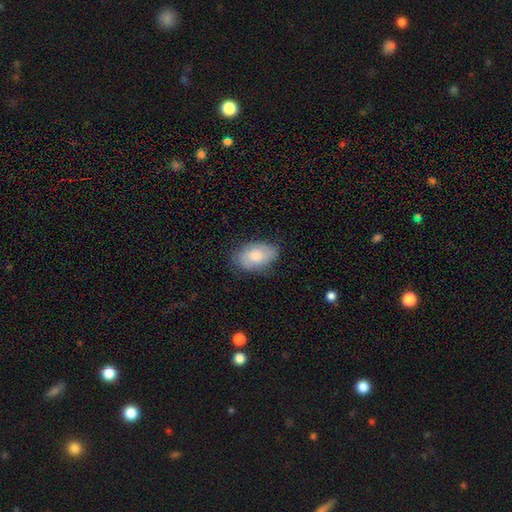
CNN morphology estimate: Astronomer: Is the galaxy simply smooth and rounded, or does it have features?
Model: smooth — 60%.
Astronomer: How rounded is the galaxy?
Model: in between — 90%.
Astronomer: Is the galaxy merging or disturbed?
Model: none — 74%.